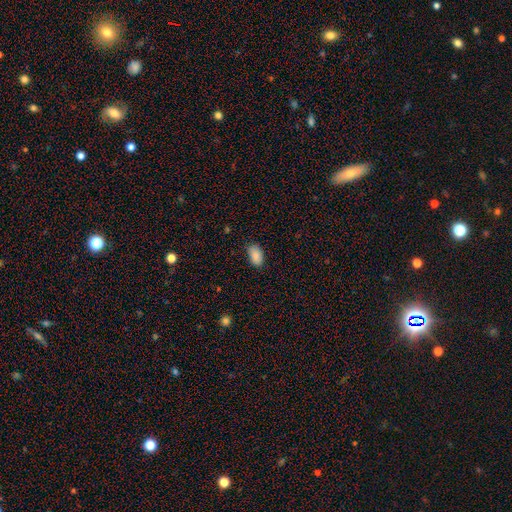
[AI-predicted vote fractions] This appears to be a smooth galaxy with no disk features (87%) that is in between round and cigar-shaped (92%). Merging: none (81%).